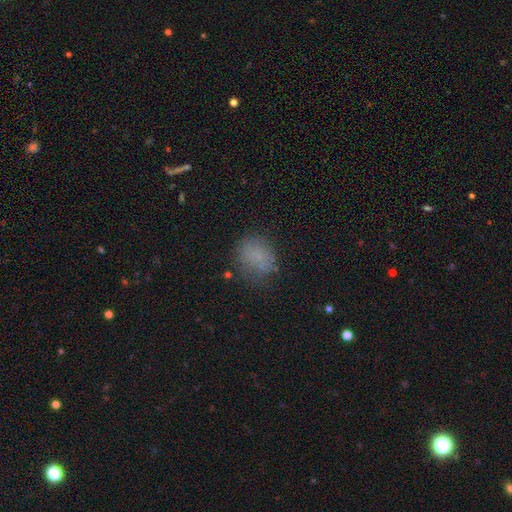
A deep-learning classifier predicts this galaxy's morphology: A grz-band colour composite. It shows a smooth galaxy with no disk features (73%) that is round (63%). Merging: none (67%).